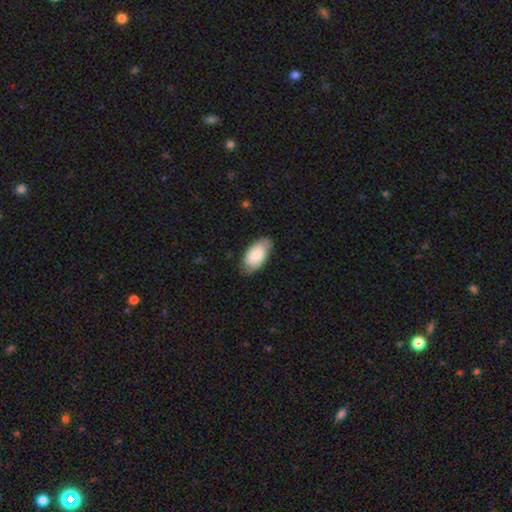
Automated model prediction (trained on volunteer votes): Smooth or featured? smooth (74%)
How rounded? in between (94%)
Merging? none (73%)